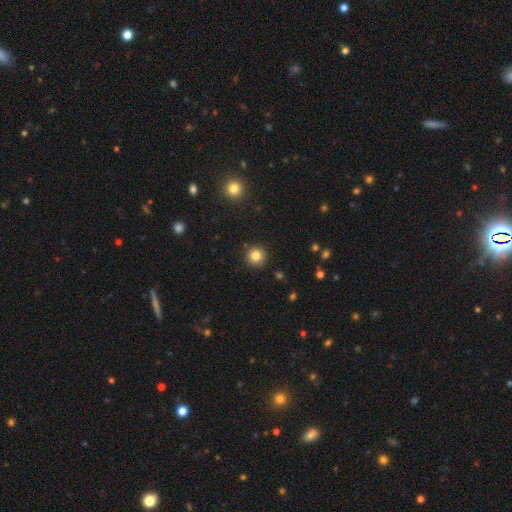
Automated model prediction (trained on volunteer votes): Morphology: type=smooth (83%); roundness=round (95%); merging=none (91%).